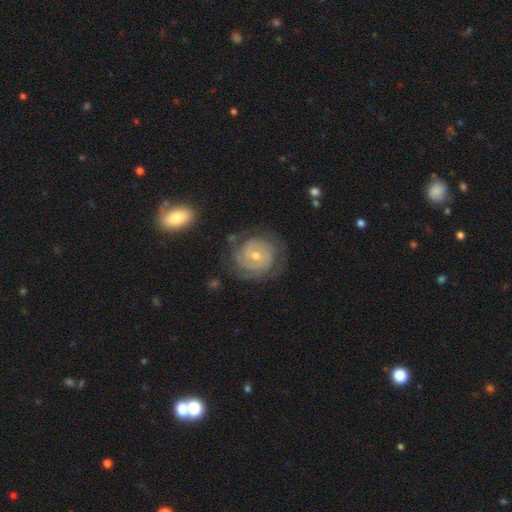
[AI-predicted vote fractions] smooth-or-featured: featured or disk: 82% | smooth: 12% | star or artifact: 6%
  disk-edge-on: no: 98% | yes: 2%
    bar: no: 63% | weak: 29% | strong: 7%
    has-spiral-arms: yes: 93% | no: 7%
      spiral-winding: tight: 76% | medium: 19% | loose: 5%
      spiral-arm-count: 2: 37% | can't tell: 31% | 3: 17% | 4: 6% | 1: 5% | more than 4: 4%
    bulge-size: small: 56% | moderate: 40% | large: 1% | none: 1% | dominant: 1%
  merging: none: 74% | minor disturbance: 16% | major disturbance: 7% | merger: 2%